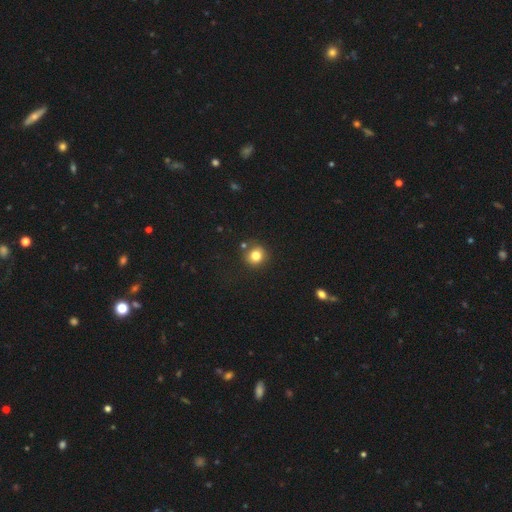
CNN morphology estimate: Smooth or featured?
  - smooth: 81% *
  - star or artifact: 12%
  - featured or disk: 7%
How rounded?
  - round: 90% *
  - in between: 9%
  - cigar-shaped: 1%
Merging?
  - none: 82% *
  - minor disturbance: 10%
  - merger: 6%
  - major disturbance: 3%